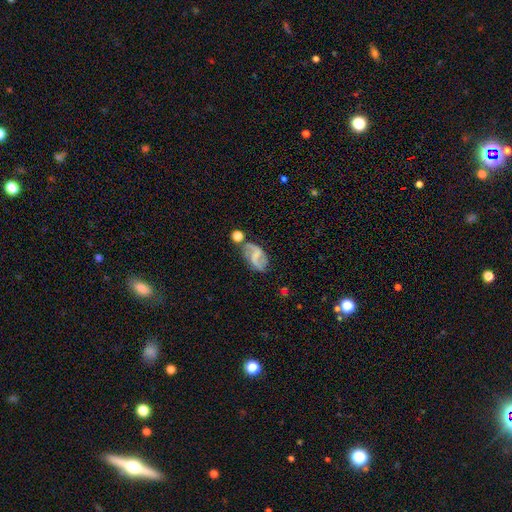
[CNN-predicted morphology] featured or disk 72%, smooth 19%, star or artifact 8%. Down the decision tree: edge-on disk — no (97%); bar — weak (46%); spiral arms — yes (92%); spiral arm count — 2 (89%); spiral winding — loose (54%); bulge size — none (55%); merging — none (57%).